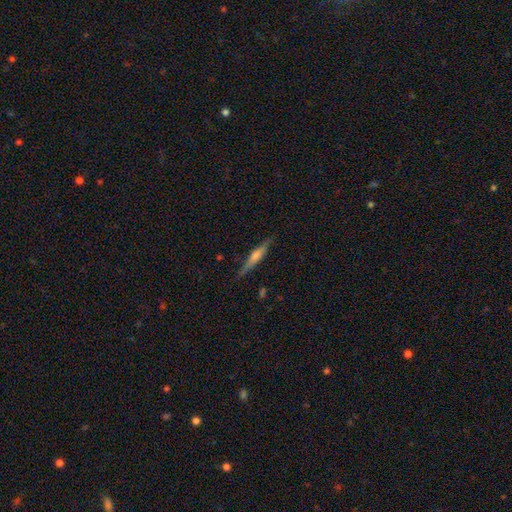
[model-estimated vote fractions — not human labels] Smooth or featured? Predicted: featured or disk (p=0.58). Edge-on disk? Predicted: yes (p=0.95). Edge-on bulge? Predicted: rounded (p=0.67). Merging? Predicted: none (p=0.84).